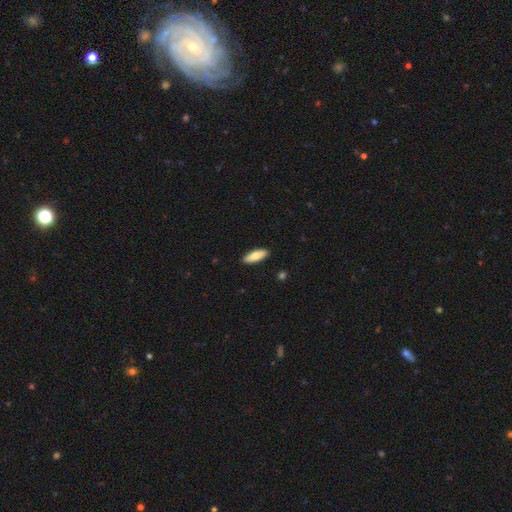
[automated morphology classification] smooth 77%, featured or disk 18%, star or artifact 6%. Down the decision tree: how rounded — in between (62%); merging — none (90%).